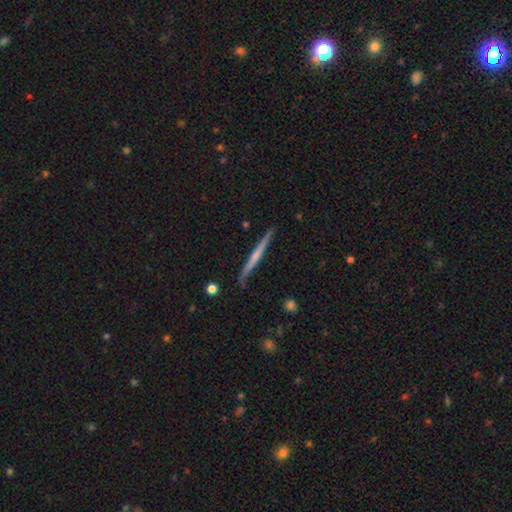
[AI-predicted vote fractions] smooth_or_featured: featured or disk (p=0.56) [alt: smooth p=0.39]
disk_edge_on: yes (p=0.97) [alt: no p=0.03]
edge_on_bulge: none (p=0.69) [alt: rounded p=0.23]
merging: none (p=0.86) [alt: minor disturbance p=0.11]